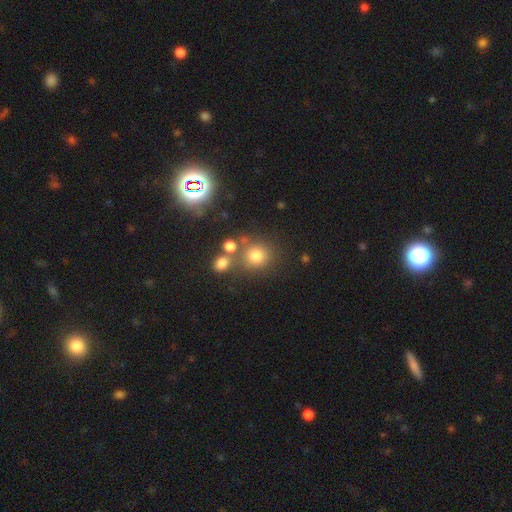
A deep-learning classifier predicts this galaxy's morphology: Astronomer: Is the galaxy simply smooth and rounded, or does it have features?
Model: smooth — 73%.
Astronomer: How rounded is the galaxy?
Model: round — 87%.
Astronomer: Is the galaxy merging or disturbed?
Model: none — 66%.